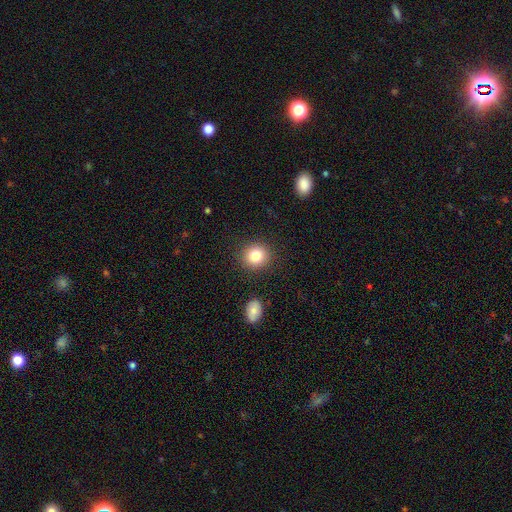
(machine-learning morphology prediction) smooth_or_featured: smooth (p=0.82) [alt: star or artifact p=0.10]
how_rounded: round (p=0.86) [alt: in between p=0.13]
merging: none (p=0.88) [alt: minor disturbance p=0.07]